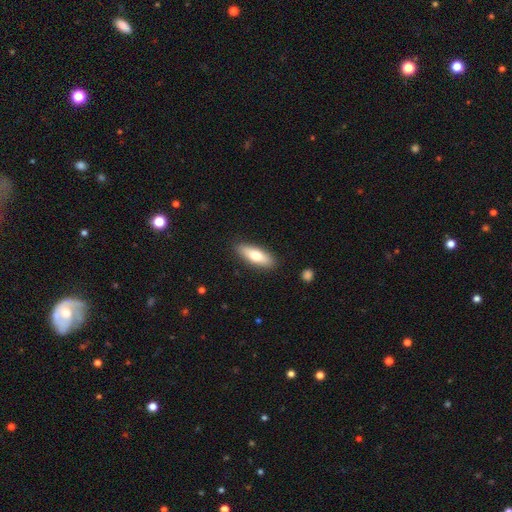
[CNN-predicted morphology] This appears to be a smooth galaxy with no disk features (67%) that is in between round and cigar-shaped (63%). Merging: none (88%).